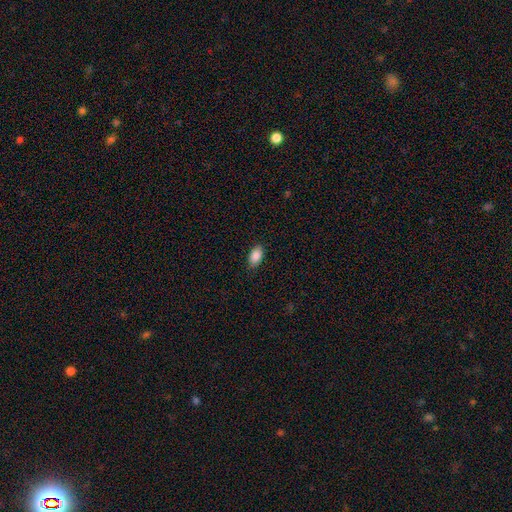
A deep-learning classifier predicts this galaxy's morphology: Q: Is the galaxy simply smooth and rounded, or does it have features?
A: smooth — 88%.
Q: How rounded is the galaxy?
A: in between — 93%.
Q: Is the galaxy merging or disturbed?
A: none — 86%.